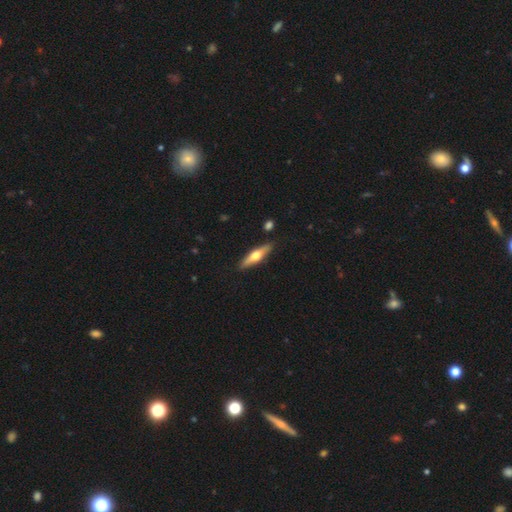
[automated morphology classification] featured or disk 55%, smooth 39%, star or artifact 5%. Down the decision tree: edge-on disk — yes (93%); edge-on bulge — rounded (94%); merging — none (88%).